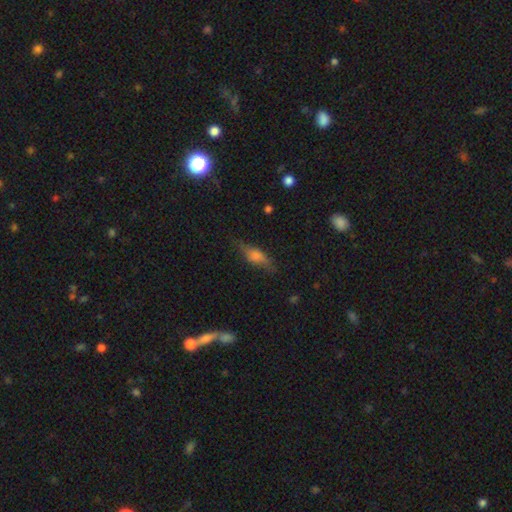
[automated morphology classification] A smooth galaxy with no disk features (51%) that is in between round and cigar-shaped (52%). Merging: none (74%).